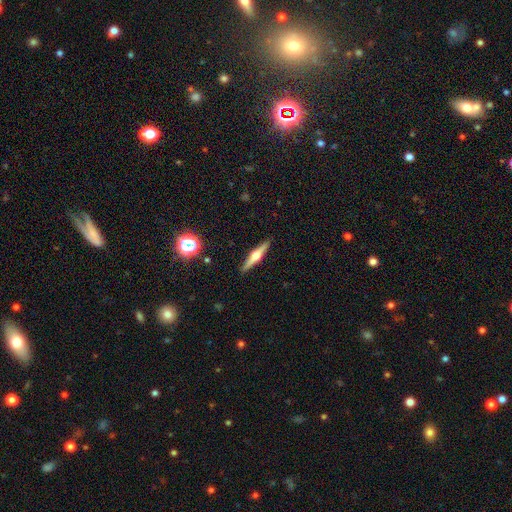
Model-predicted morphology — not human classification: type=featured or disk (68%); edge-on=yes (97%); edge-on bulge=rounded (94%); merging=none (91%).